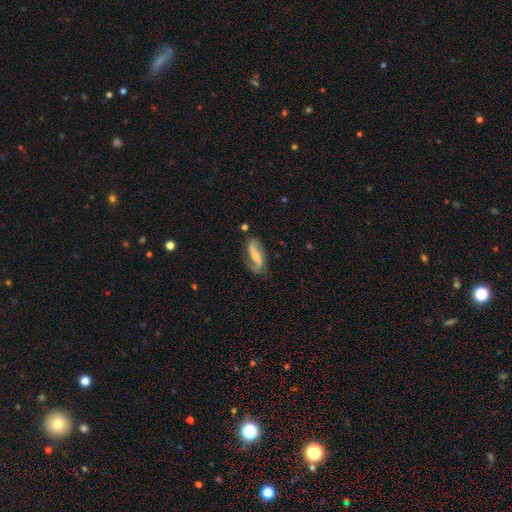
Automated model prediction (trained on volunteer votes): Smooth or featured: featured or disk — 77% (smooth — 17%)
Edge-on disk: no — 92% (yes — 8%)
Bar: weak — 36% (strong — 33%)
Spiral arms: yes — 94% (no — 6%)
Spiral winding: loose — 67% (medium — 24%)
Spiral arm count: 2 — 87% (1 — 7%)
Bulge size: small — 47% (moderate — 39%)
Merging: none — 69% (minor disturbance — 20%)